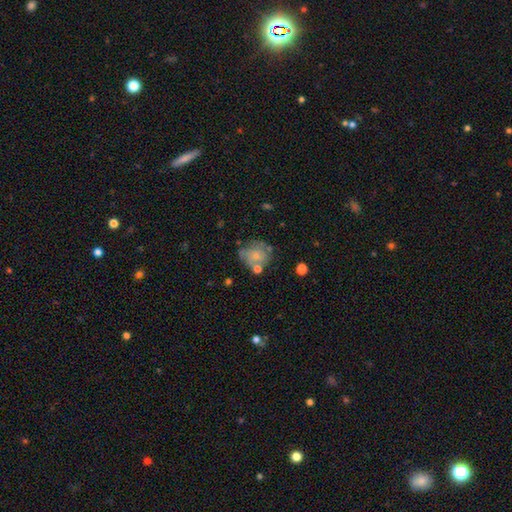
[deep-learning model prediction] A smooth galaxy with no disk features (51%) that is round (72%).

Vote fractions:
- Smooth or featured? smooth: 51% / featured or disk: 40% / star or artifact: 9%
- How rounded? round: 72% / in between: 27% / cigar-shaped: 1%
- Merging? none: 48% / minor disturbance: 24% / merger: 14% / major disturbance: 14%